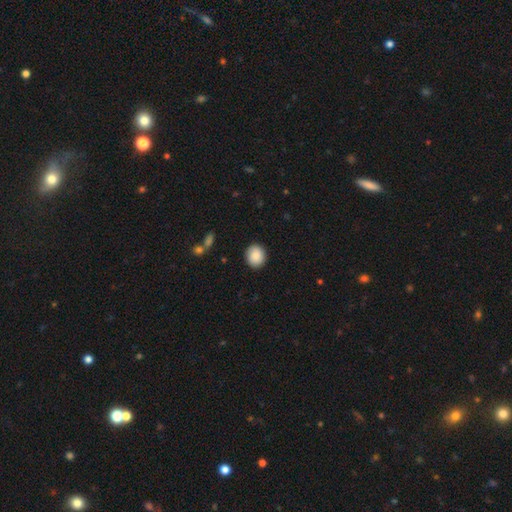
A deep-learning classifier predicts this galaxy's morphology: This appears to be a smooth galaxy with no disk features (89%) that is round (73%). Merging: none (91%).